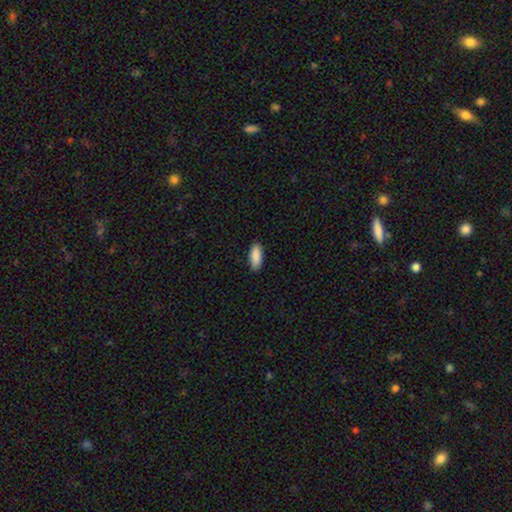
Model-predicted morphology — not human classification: smooth_or_featured: smooth (p=0.90) [alt: star or artifact p=0.06]
how_rounded: in between (p=0.80) [alt: cigar-shaped p=0.18]
merging: none (p=0.88) [alt: minor disturbance p=0.09]